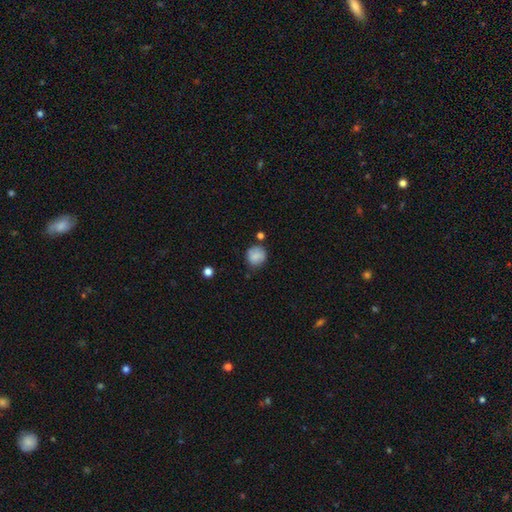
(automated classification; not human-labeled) Smooth or featured? Predicted: smooth (p=0.81). How rounded? Predicted: round (p=0.86). Merging? Predicted: none (p=0.70).